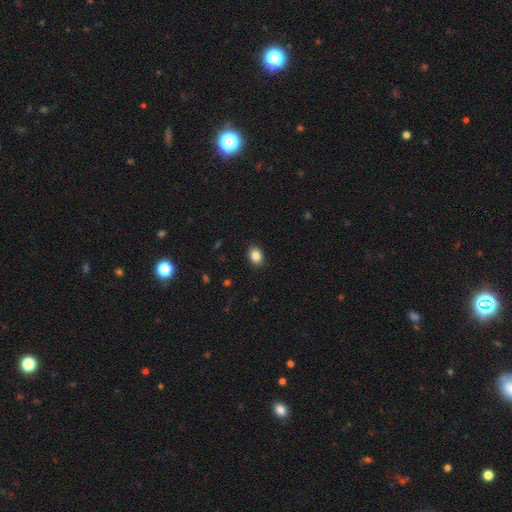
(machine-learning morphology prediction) Q: Smooth or featured?
A: smooth (86%); runner-up: star or artifact (9%)
Q: How rounded?
A: in between (68%); runner-up: round (31%)
Q: Merging?
A: none (89%); runner-up: minor disturbance (8%)